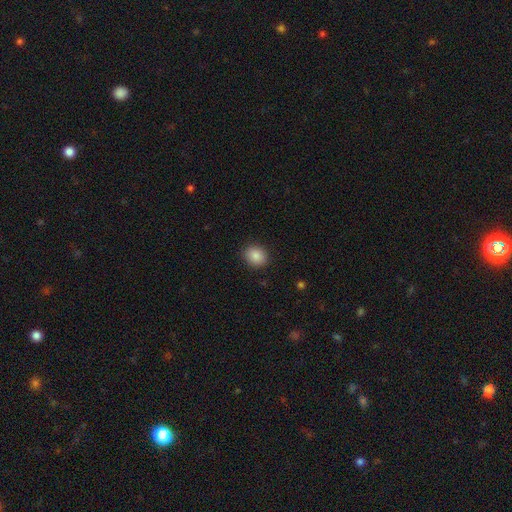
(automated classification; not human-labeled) A smooth galaxy with no disk features (87%) that is round (63%). Merging: none (89%).